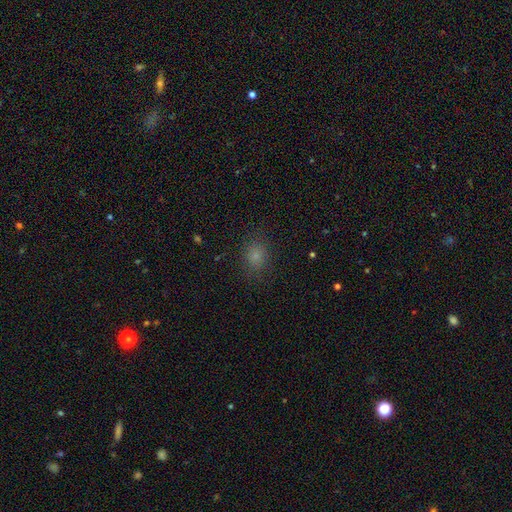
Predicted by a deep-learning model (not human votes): smooth-or-featured: smooth: 78% | star or artifact: 16% | featured or disk: 7%
  how-rounded: round: 50% | in between: 48% | cigar-shaped: 1%
  merging: none: 82% | minor disturbance: 12% | major disturbance: 5% | merger: 1%